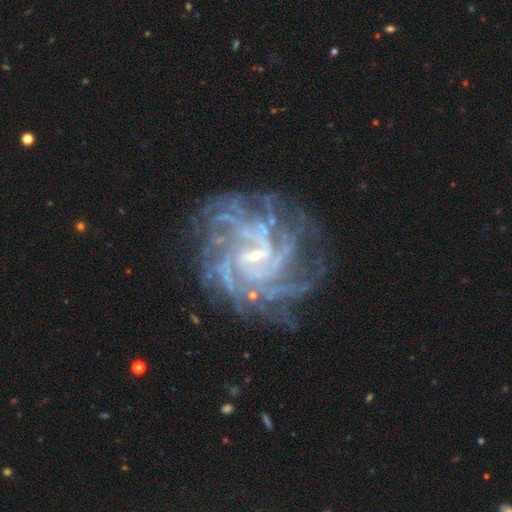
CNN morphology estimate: Q: Smooth or featured?
A: featured or disk (90%); runner-up: star or artifact (6%)
Q: Edge-on disk?
A: no (98%); runner-up: yes (2%)
Q: Bar?
A: weak (50%); runner-up: no (32%)
Q: Spiral arms?
A: yes (98%); runner-up: no (2%)
Q: Spiral winding?
A: tight (64%); runner-up: medium (30%)
Q: Spiral arm count?
A: more than 4 (30%); runner-up: 4 (20%)
Q: Bulge size?
A: small (80%); runner-up: moderate (12%)
Q: Merging?
A: none (75%); runner-up: minor disturbance (15%)